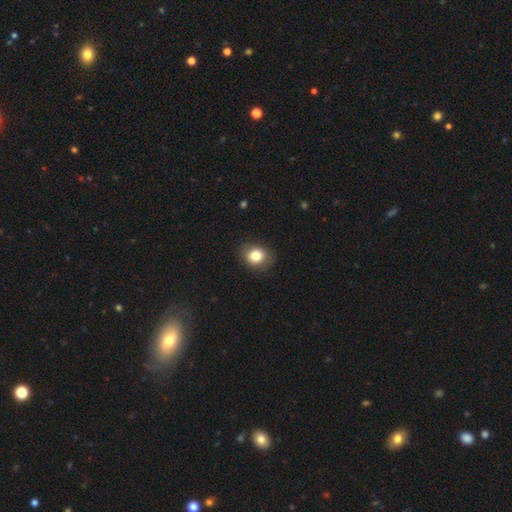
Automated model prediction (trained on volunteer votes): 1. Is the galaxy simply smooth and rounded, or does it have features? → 81% smooth, 10% star or artifact, 9% featured or disk.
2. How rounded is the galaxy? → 60% round, 39% in between, 1% cigar-shaped.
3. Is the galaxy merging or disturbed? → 84% none, 12% minor disturbance, 3% major disturbance, 1% merger.